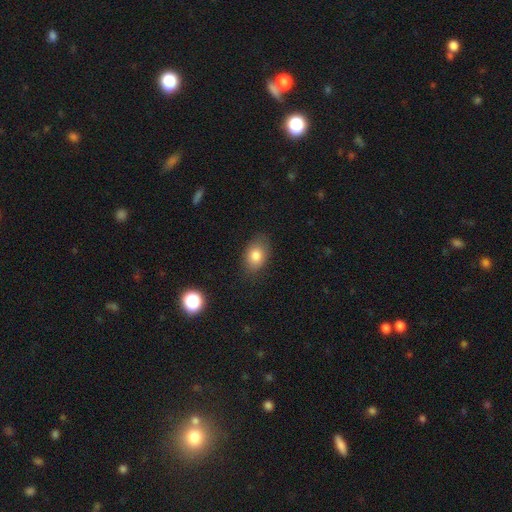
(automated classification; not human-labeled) Smooth or featured? Predicted: smooth (p=0.81). How rounded? Predicted: in between (p=0.80). Merging? Predicted: none (p=0.80).